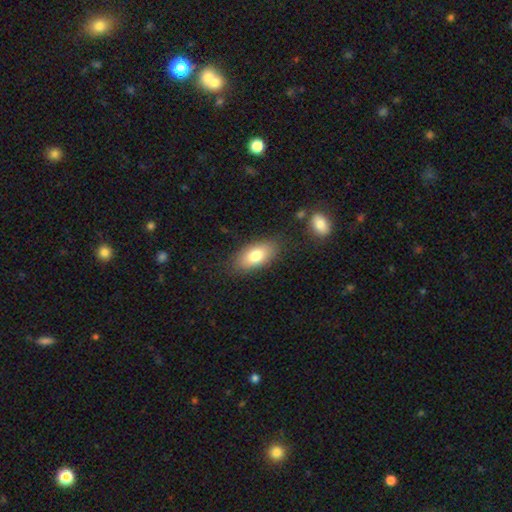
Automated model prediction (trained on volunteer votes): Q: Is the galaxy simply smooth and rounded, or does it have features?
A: smooth — 78%.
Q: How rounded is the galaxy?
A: in between — 89%.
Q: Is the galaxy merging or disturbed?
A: none — 82%.